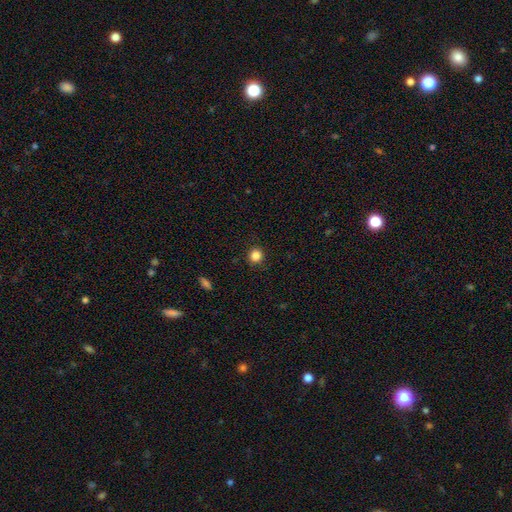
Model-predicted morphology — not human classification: Smooth or featured: smooth — 85% (star or artifact — 11%)
How rounded: round — 92% (in between — 7%)
Merging: none — 91% (minor disturbance — 6%)